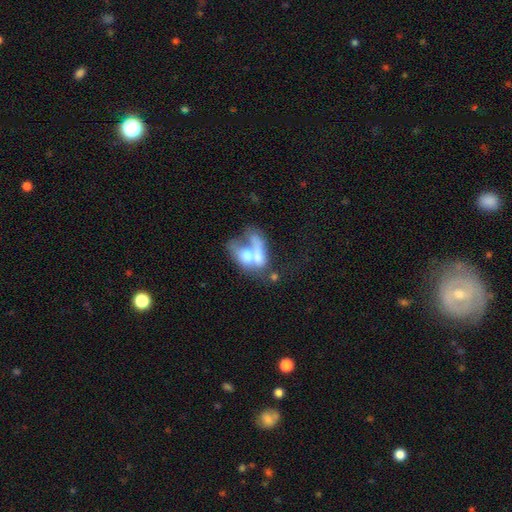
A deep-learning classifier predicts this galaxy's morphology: This is possibly a smooth galaxy (48%). Merging: likely merger (62%).